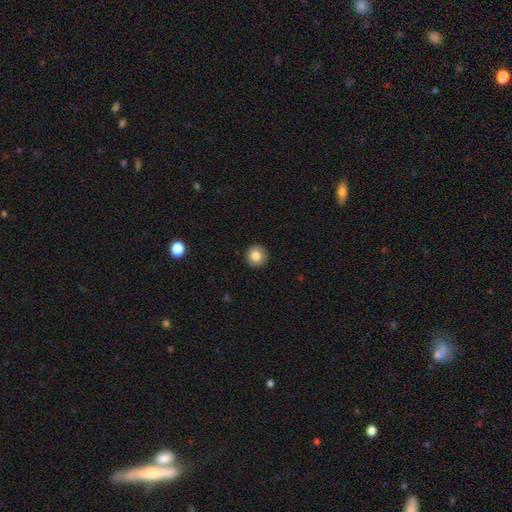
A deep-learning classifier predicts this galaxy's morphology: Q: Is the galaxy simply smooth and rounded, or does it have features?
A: smooth — 83%.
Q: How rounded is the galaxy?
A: round — 95%.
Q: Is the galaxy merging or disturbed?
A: none — 93%.